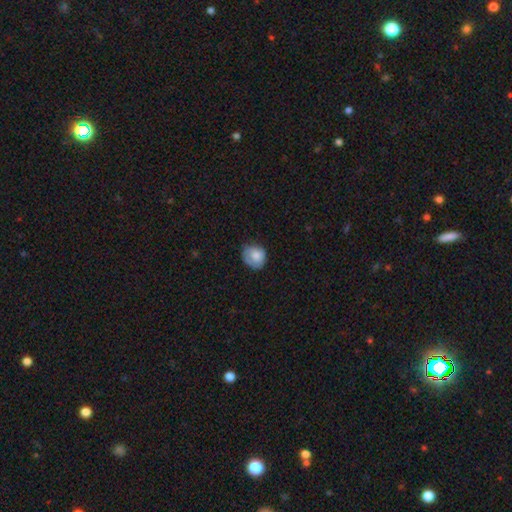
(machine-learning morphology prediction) Smooth or featured?
  - smooth: 77% *
  - featured or disk: 16%
  - star or artifact: 7%
How rounded?
  - round: 71% *
  - in between: 28%
  - cigar-shaped: 1%
Merging?
  - none: 63% *
  - minor disturbance: 29%
  - major disturbance: 7%
  - merger: 1%